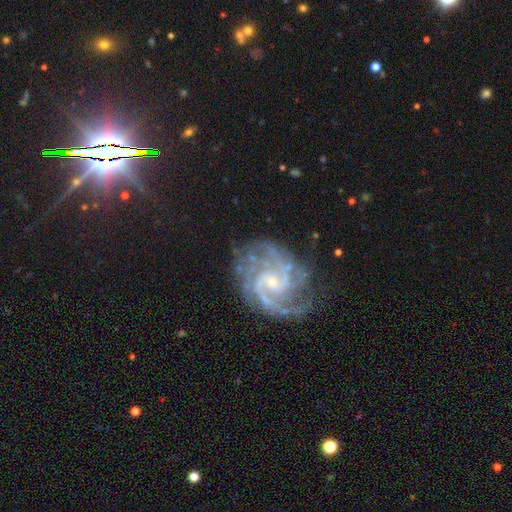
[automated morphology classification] This appears to be a featured or disk galaxy (82%) with a weak bar (48%), 2 (36%) medium (44%, tied with tight) spiral arms (97%) and a small central bulge (63%). Merging: none (71%).